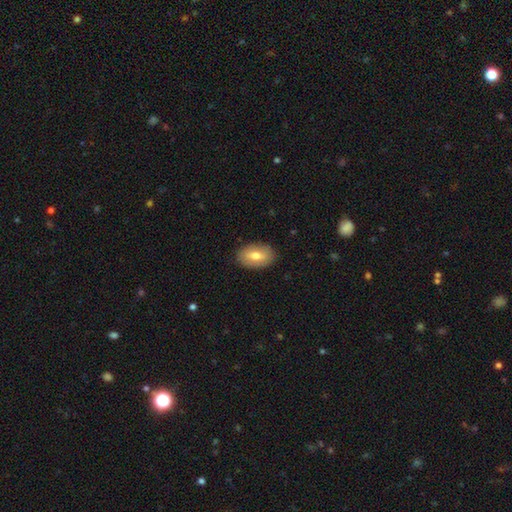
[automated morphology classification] Smooth or featured?
  - smooth: 66% *
  - featured or disk: 27%
  - star or artifact: 6%
How rounded?
  - in between: 91% *
  - round: 7%
  - cigar-shaped: 2%
Merging?
  - none: 86% *
  - minor disturbance: 10%
  - major disturbance: 3%
  - merger: 1%